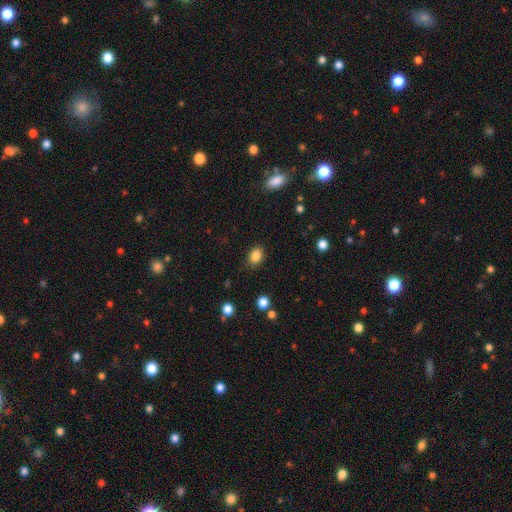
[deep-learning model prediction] Smooth or featured? Predicted: smooth (p=0.85). How rounded? Predicted: in between (p=0.57). Merging? Predicted: none (p=0.85).